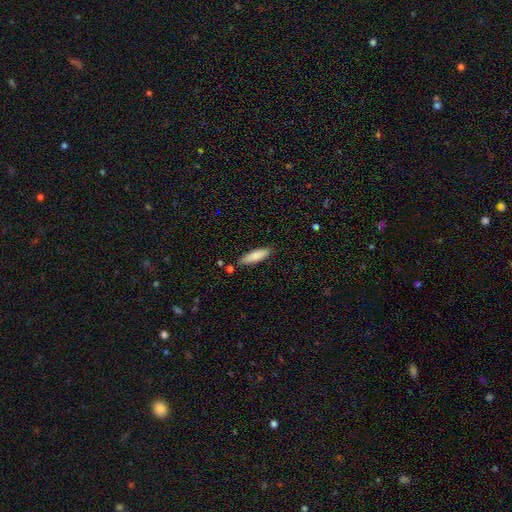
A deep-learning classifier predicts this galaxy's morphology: Smooth or featured?
  - smooth: 85% *
  - featured or disk: 9%
  - star or artifact: 6%
How rounded?
  - cigar-shaped: 58% *
  - in between: 41%
  - round: 1%
Merging?
  - none: 81% *
  - minor disturbance: 13%
  - merger: 4%
  - major disturbance: 2%